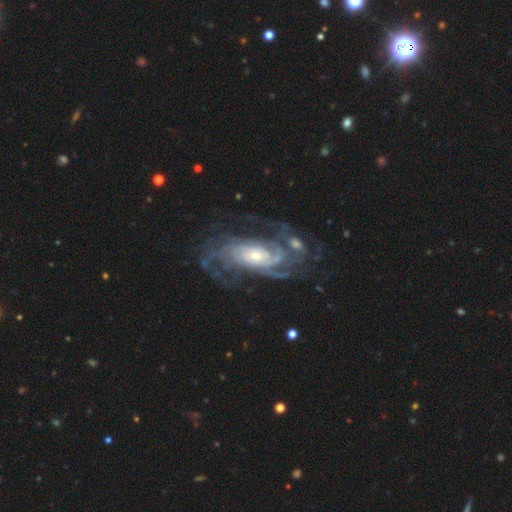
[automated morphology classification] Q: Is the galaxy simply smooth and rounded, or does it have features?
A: featured or disk — 91%.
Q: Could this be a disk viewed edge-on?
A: no — 96%.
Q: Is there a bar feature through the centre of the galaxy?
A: no — 63%.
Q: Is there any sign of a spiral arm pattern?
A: yes — 97%.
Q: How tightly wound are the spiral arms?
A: tight — 55%.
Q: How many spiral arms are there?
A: can't tell — 24%.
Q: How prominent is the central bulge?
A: small — 53%.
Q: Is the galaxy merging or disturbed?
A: none — 59%.